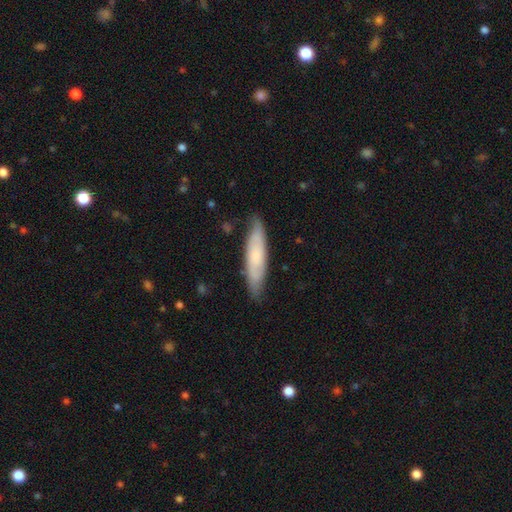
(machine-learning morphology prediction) smooth 60%, featured or disk 34%, star or artifact 6%. Down the decision tree: how rounded — cigar-shaped (77%); merging — none (80%).